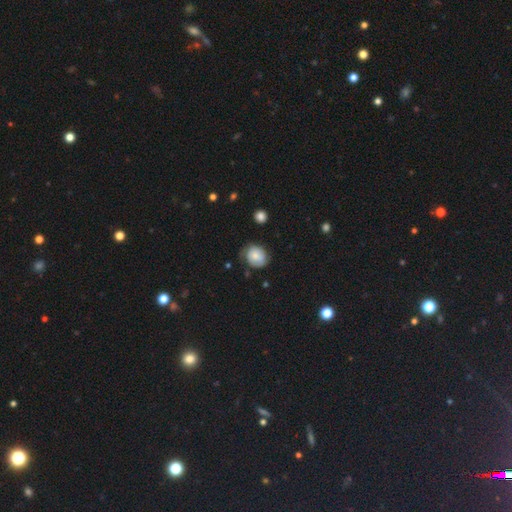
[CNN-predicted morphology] A smooth galaxy with no disk features (67%) that is round (66%).

Vote fractions:
- Smooth or featured? smooth: 67% / featured or disk: 25% / star or artifact: 8%
- How rounded? round: 66% / in between: 33% / cigar-shaped: 1%
- Merging? none: 60% / minor disturbance: 29% / major disturbance: 10% / merger: 2%